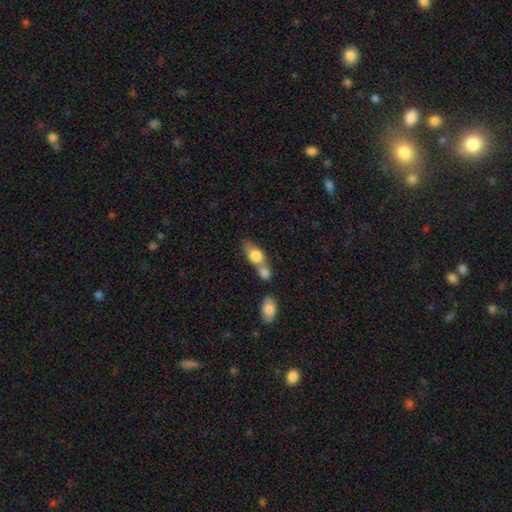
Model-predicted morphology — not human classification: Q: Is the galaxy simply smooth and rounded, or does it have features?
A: smooth — 75%.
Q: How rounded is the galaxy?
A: in between — 72%.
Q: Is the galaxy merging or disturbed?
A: merger — 61%.